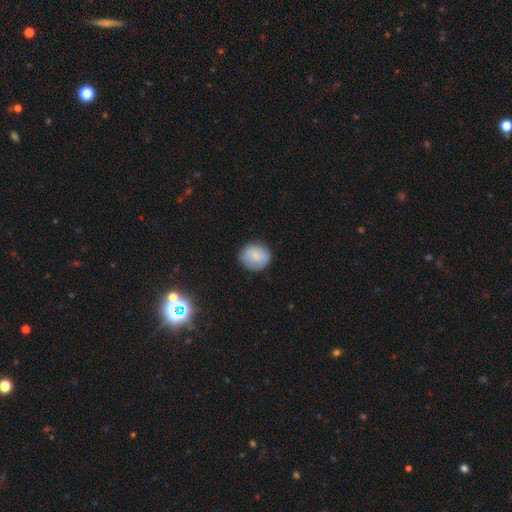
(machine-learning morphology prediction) A smooth galaxy with no disk features (79%) that is round (80%). Merging: none (82%).